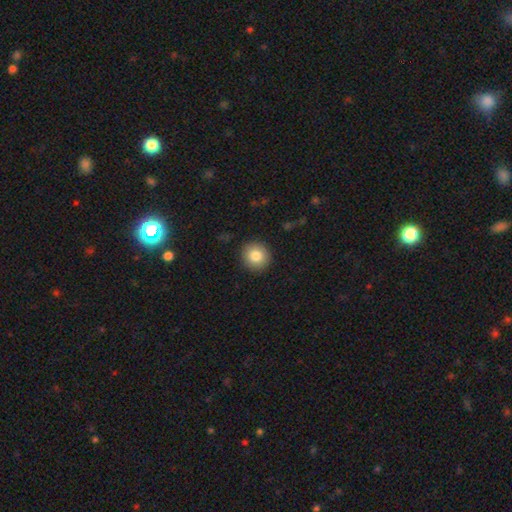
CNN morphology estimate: The model was most divided on "smooth or featured": smooth: 83%, star or artifact: 9%, featured or disk: 9%. More confident: how rounded — round (94%); merging — none (92%).